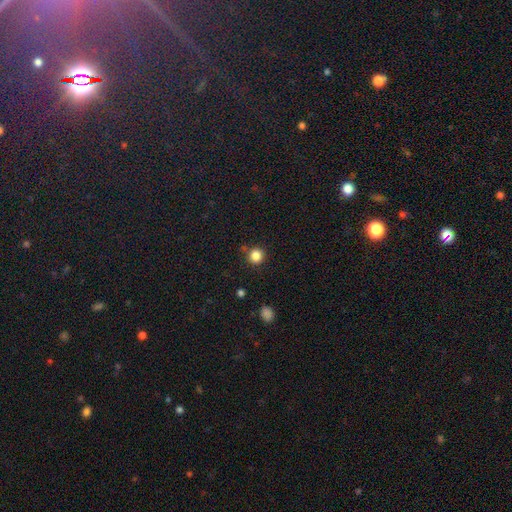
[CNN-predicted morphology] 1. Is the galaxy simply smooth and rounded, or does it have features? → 85% smooth, 11% star or artifact, 4% featured or disk.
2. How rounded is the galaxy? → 91% round, 8% in between, 1% cigar-shaped.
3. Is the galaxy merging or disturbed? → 83% none, 9% minor disturbance, 5% merger, 3% major disturbance.